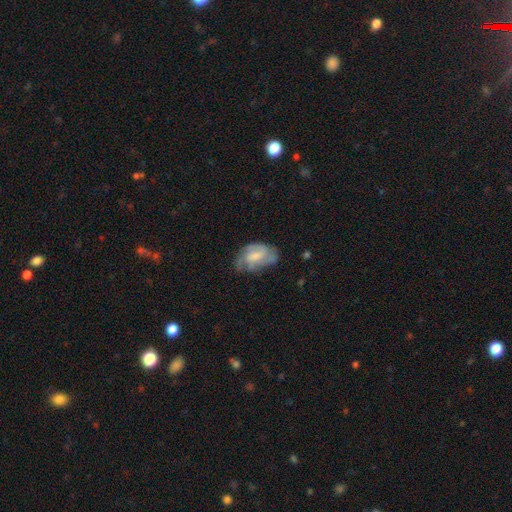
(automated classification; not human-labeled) featured or disk 57%, smooth 36%, star or artifact 7%. Down the decision tree: edge-on disk — no (96%); bar — no (45%); spiral arms — yes (79%); bulge size — moderate (35%); merging — none (54%).